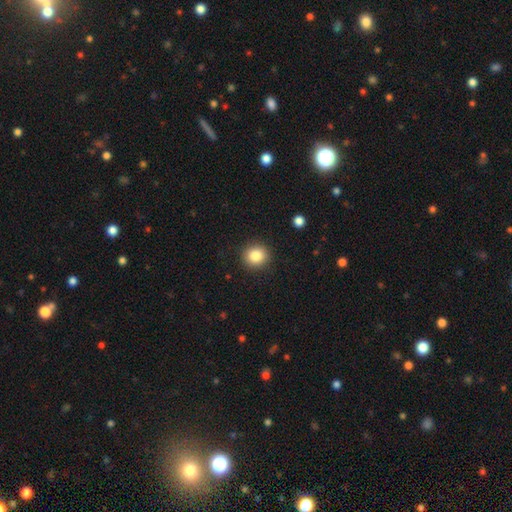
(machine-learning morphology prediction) Q: Smooth or featured?
A: smooth (84%); runner-up: star or artifact (10%)
Q: How rounded?
A: round (87%); runner-up: in between (13%)
Q: Merging?
A: none (91%); runner-up: minor disturbance (6%)